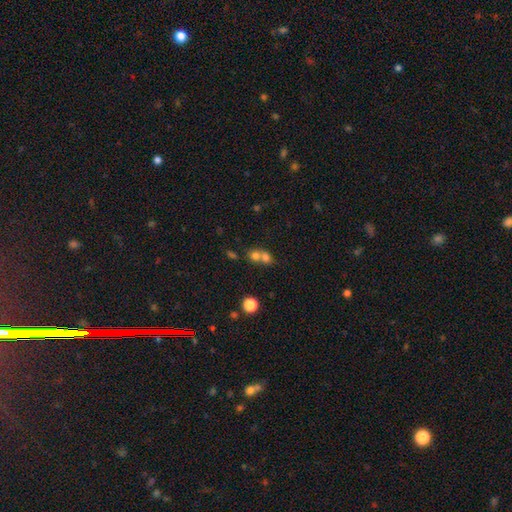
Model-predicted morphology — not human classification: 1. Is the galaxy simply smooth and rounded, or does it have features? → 70% smooth, 15% star or artifact, 15% featured or disk.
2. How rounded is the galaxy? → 71% round, 28% in between, 1% cigar-shaped.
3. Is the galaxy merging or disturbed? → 64% merger, 28% none, 5% minor disturbance, 3% major disturbance.